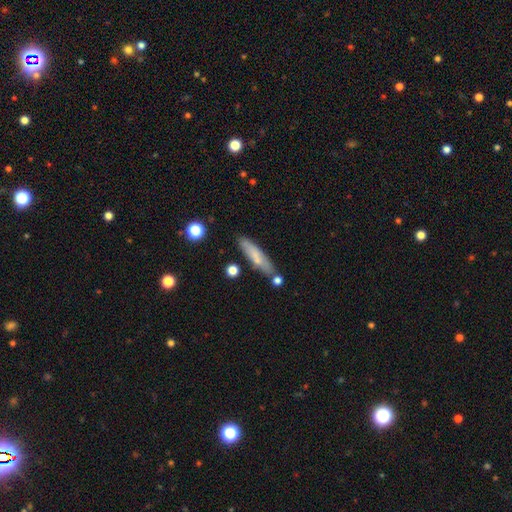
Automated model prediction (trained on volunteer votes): Morphology: type=smooth (69%); roundness=cigar-shaped (81%); merging=none (76%).